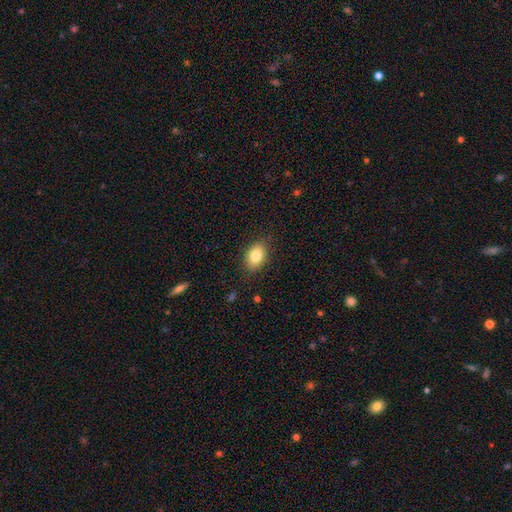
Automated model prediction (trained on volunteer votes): Smooth or featured? smooth (84%)
How rounded? in between (83%)
Merging? none (85%)